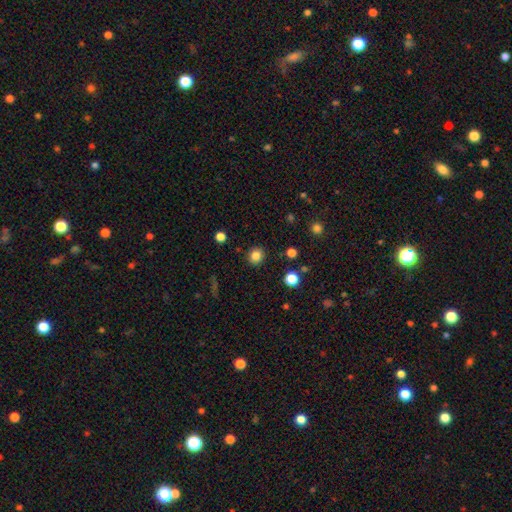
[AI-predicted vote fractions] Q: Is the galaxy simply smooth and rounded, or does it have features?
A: smooth — 83%.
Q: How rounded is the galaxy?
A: round — 85%.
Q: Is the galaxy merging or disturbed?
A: none — 89%.